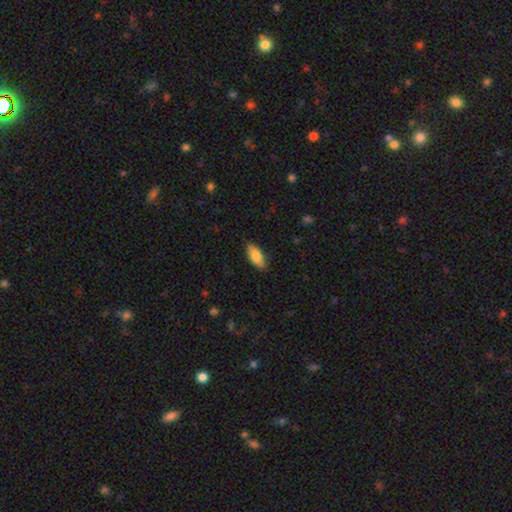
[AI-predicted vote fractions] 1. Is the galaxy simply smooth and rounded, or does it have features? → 82% smooth, 12% featured or disk, 6% star or artifact.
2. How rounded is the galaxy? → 82% in between, 16% cigar-shaped, 2% round.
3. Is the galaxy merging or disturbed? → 84% none, 13% minor disturbance, 2% major disturbance, 1% merger.